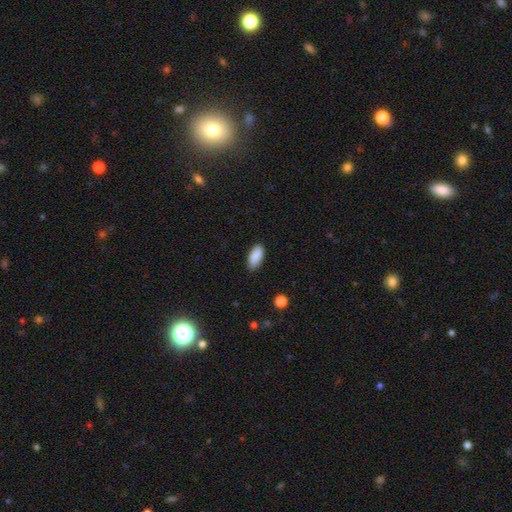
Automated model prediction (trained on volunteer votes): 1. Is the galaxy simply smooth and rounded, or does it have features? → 89% smooth, 7% star or artifact, 4% featured or disk.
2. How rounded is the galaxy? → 90% in between, 8% cigar-shaped, 2% round.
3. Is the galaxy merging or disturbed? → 84% none, 12% minor disturbance, 2% major disturbance, 1% merger.